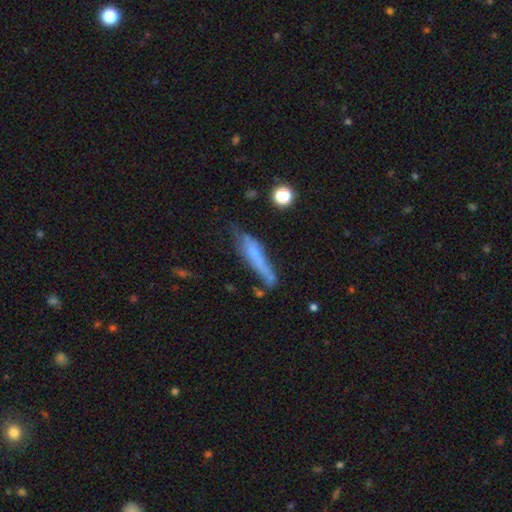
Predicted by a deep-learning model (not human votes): A featured or disk galaxy (48%).

Vote fractions:
- Smooth or featured? featured or disk: 48% / smooth: 44% / star or artifact: 9%
- Merging? none: 46% / minor disturbance: 31% / major disturbance: 14% / merger: 9%